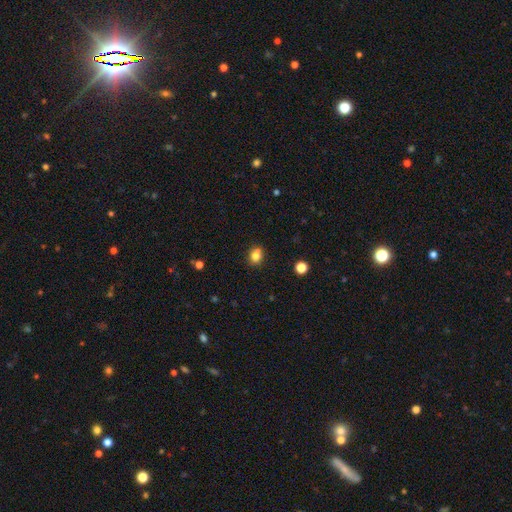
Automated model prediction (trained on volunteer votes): The model was most divided on "how rounded": round: 61%, in between: 38%, cigar-shaped: 1%. More confident: smooth or featured — smooth (80%); merging — none (68%).